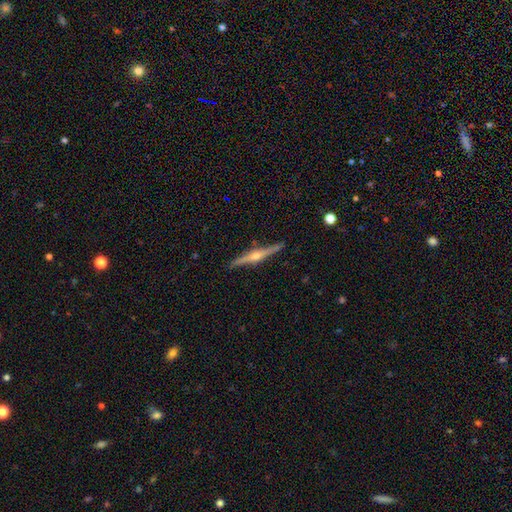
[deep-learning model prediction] Smooth or featured?
  - featured or disk: 82% *
  - smooth: 13%
  - star or artifact: 5%
Edge-on disk?
  - yes: 98% *
  - no: 2%
Edge-on bulge?
  - rounded: 90% *
  - boxy: 6%
  - none: 4%
Merging?
  - none: 90% *
  - minor disturbance: 8%
  - major disturbance: 1%
  - merger: 1%